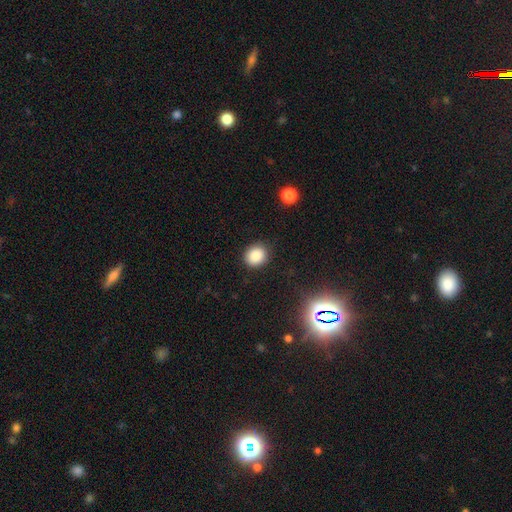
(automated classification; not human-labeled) This appears to be a smooth galaxy with no disk features (86%) that is round (69%). Merging: none (87%).